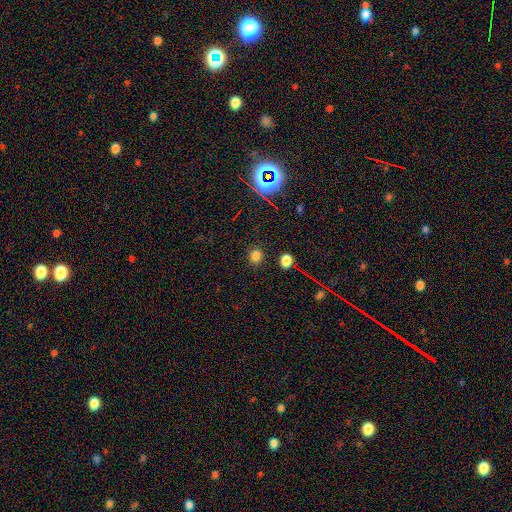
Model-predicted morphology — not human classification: smooth_or_featured: smooth (p=0.75) [alt: star or artifact p=0.20]
how_rounded: round (p=0.68) [alt: in between p=0.31]
merging: none (p=0.87) [alt: minor disturbance p=0.08]